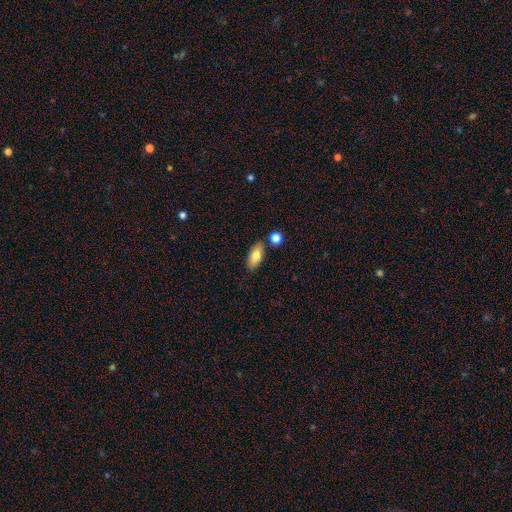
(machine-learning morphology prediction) Smooth or featured: smooth — 80% (featured or disk — 13%)
How rounded: in between — 87% (cigar-shaped — 10%)
Merging: none — 78% (minor disturbance — 11%)